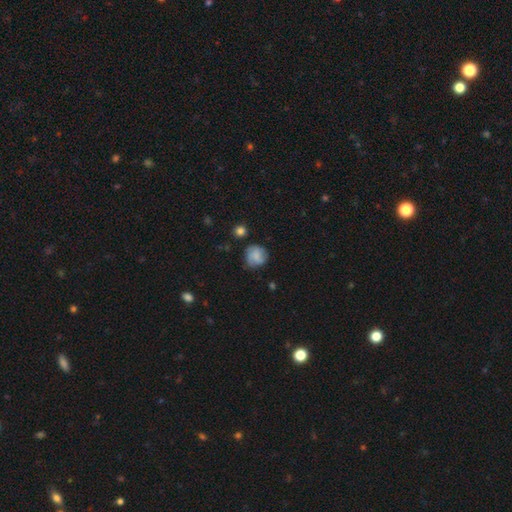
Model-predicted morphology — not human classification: Smooth or featured? smooth (60%)
How rounded? round (81%)
Merging? none (66%)